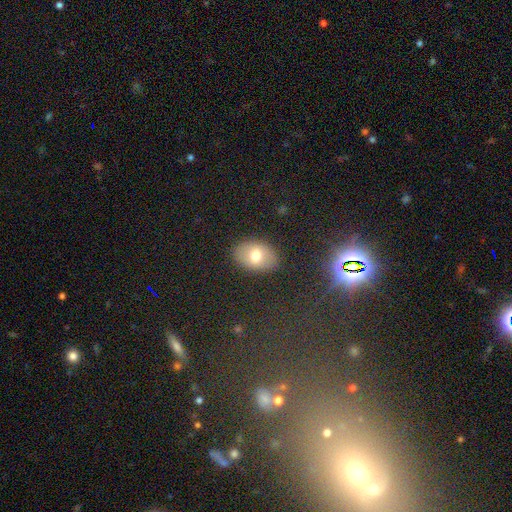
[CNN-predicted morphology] Smooth or featured? smooth (70%)
How rounded? in between (81%)
Merging? none (87%)